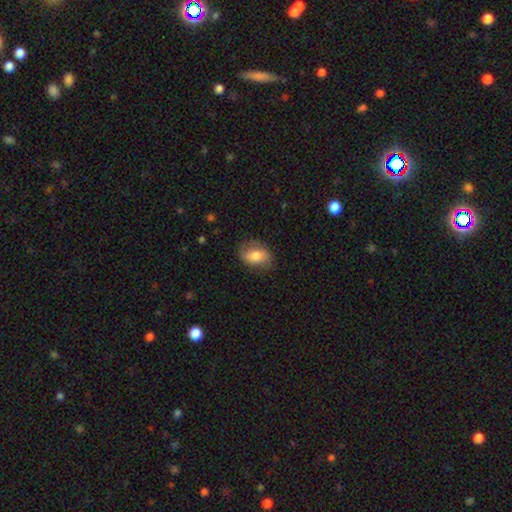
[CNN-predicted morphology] A smooth galaxy with no disk features (69%) that is in between round and cigar-shaped (79%). Merging: none (73%).